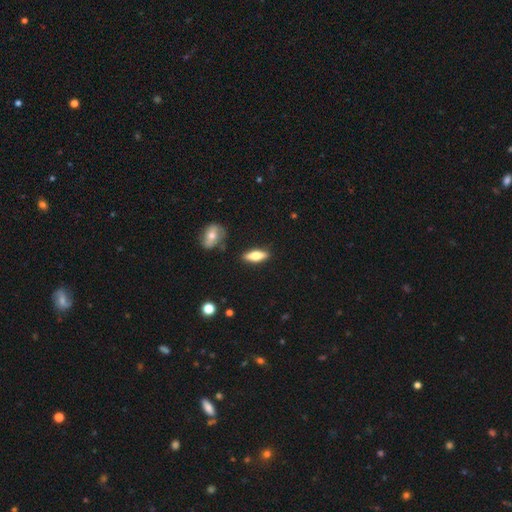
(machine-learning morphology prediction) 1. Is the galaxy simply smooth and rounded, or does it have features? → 60% smooth, 33% featured or disk, 6% star or artifact.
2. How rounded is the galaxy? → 57% in between, 40% cigar-shaped, 3% round.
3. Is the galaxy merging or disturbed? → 85% none, 10% minor disturbance, 3% merger, 2% major disturbance.